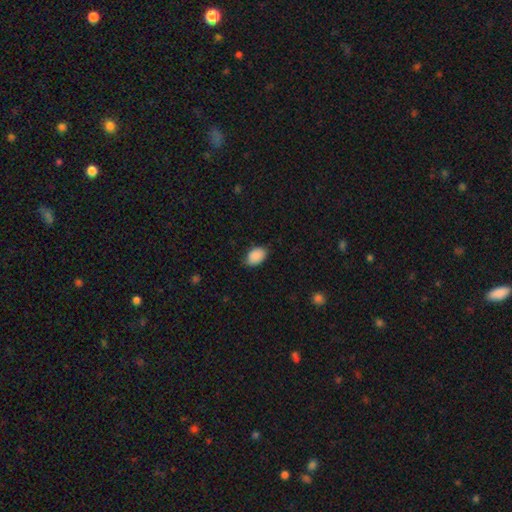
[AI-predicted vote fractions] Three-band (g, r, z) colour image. It shows a smooth galaxy with no disk features (90%) that is in between round and cigar-shaped (86%). Merging: none (78%).